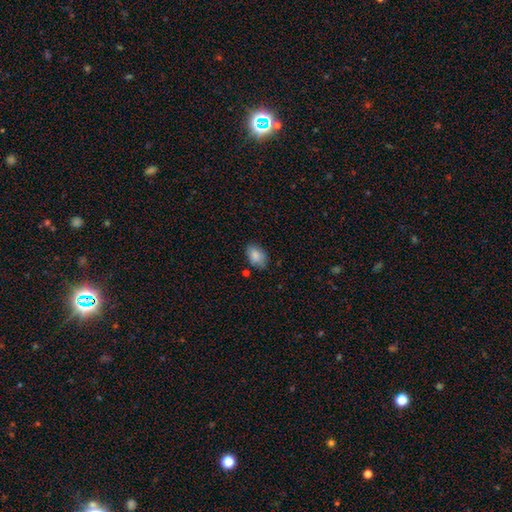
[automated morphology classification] Smooth or featured? smooth (85%)
How rounded? in between (88%)
Merging? none (74%)